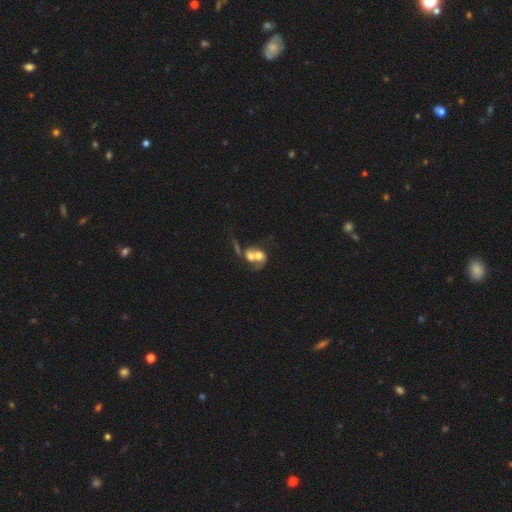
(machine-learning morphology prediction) smooth-or-featured: smooth: 46% | featured or disk: 43% | star or artifact: 10%
  merging: merger: 77% | none: 10% | major disturbance: 8% | minor disturbance: 4%